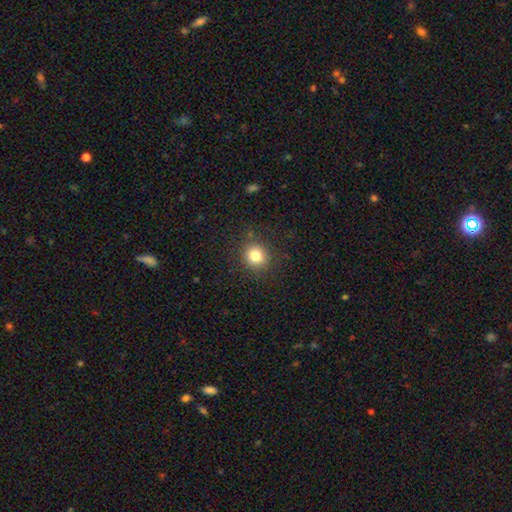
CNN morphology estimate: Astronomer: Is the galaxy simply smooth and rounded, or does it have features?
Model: smooth — 81%.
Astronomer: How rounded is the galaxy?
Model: round — 86%.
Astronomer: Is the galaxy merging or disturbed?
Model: none — 87%.